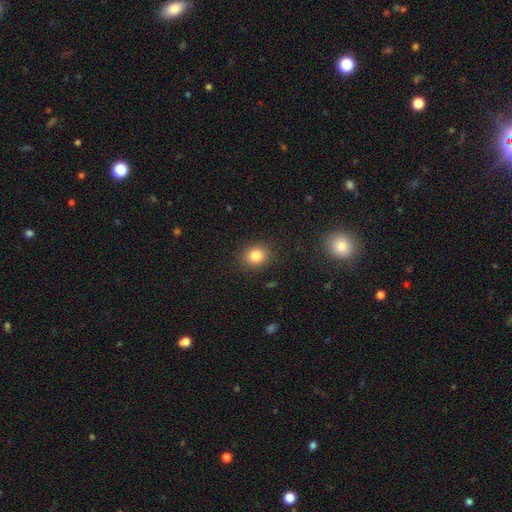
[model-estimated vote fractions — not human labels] A smooth galaxy with no disk features (83%) that is round (70%). Merging: none (88%).